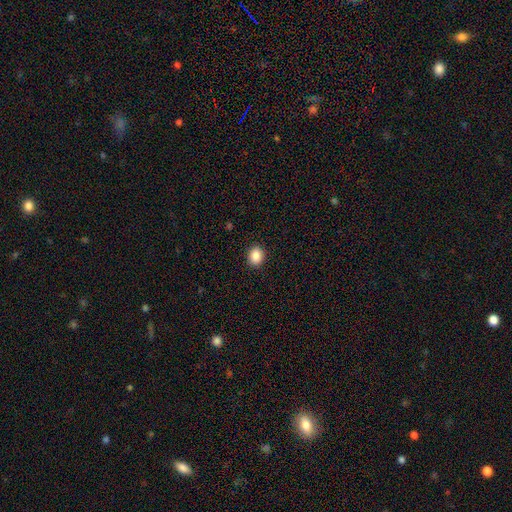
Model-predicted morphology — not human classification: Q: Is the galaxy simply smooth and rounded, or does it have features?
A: smooth — 88%.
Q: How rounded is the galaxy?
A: round — 55%.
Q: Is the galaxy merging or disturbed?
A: none — 91%.